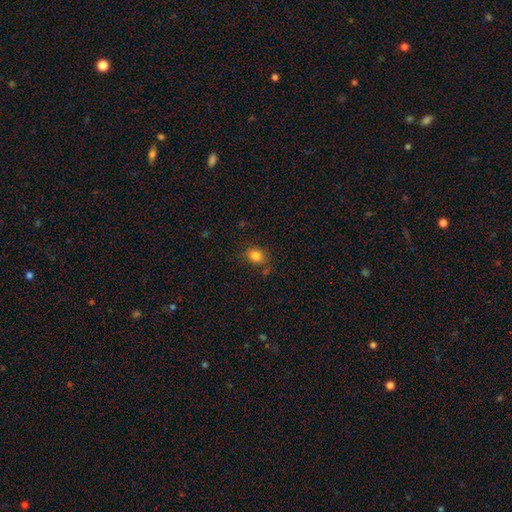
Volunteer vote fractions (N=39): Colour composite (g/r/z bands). It shows a smooth galaxy with no disk features (87%) that is in between round and cigar-shaped (62%). Merging: none (77%).